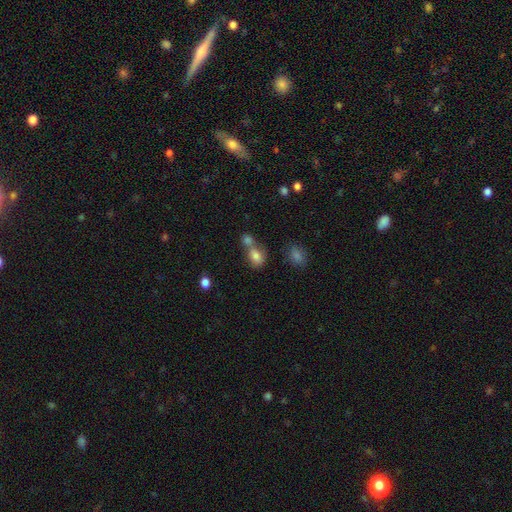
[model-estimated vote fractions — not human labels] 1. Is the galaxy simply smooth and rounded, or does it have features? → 80% smooth, 11% star or artifact, 9% featured or disk.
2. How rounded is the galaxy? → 60% in between, 39% round, 2% cigar-shaped.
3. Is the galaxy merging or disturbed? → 48% merger, 38% none, 10% minor disturbance, 4% major disturbance.